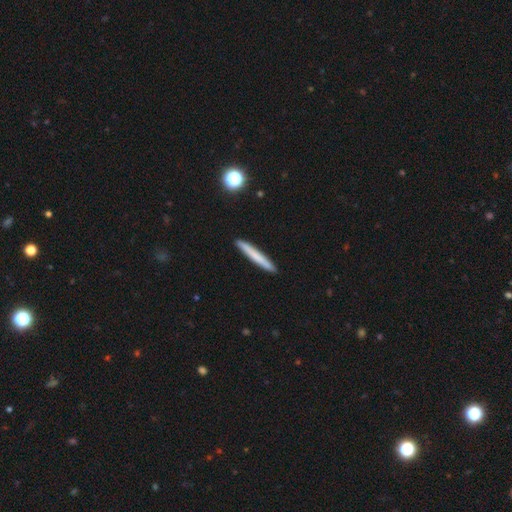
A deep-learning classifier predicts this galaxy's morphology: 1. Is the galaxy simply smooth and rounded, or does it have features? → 69% smooth, 25% featured or disk, 6% star or artifact.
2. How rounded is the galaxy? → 96% cigar-shaped, 2% in between, 1% round.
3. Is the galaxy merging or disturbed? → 92% none, 6% minor disturbance, 1% major disturbance, 1% merger.